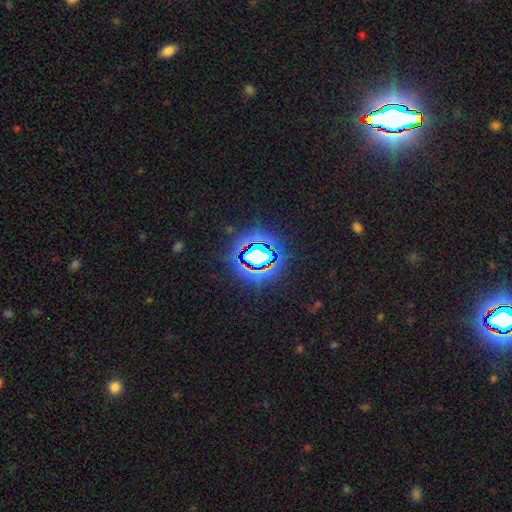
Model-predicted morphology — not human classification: smooth_or_featured: star or artifact (p=0.80) [alt: smooth p=0.12]